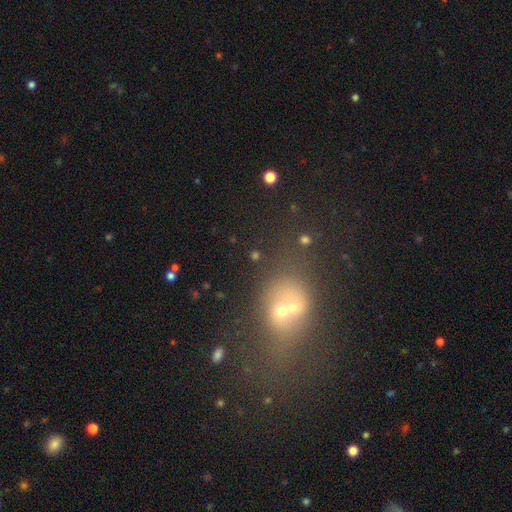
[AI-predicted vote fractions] Smooth or featured?
  - smooth: 52% *
  - star or artifact: 30%
  - featured or disk: 18%
How rounded?
  - round: 55% *
  - in between: 41%
  - cigar-shaped: 4%
Merging?
  - merger: 44% *
  - none: 41%
  - minor disturbance: 8%
  - major disturbance: 7%